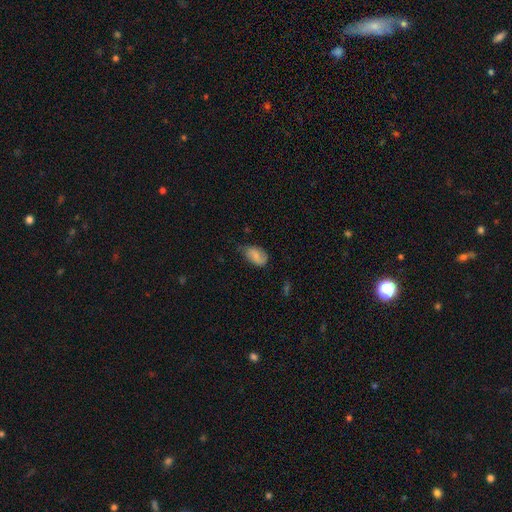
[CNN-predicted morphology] This is likely a smooth galaxy (75%). How rounded: clearly in between (92%). Merging: possibly none (52%).